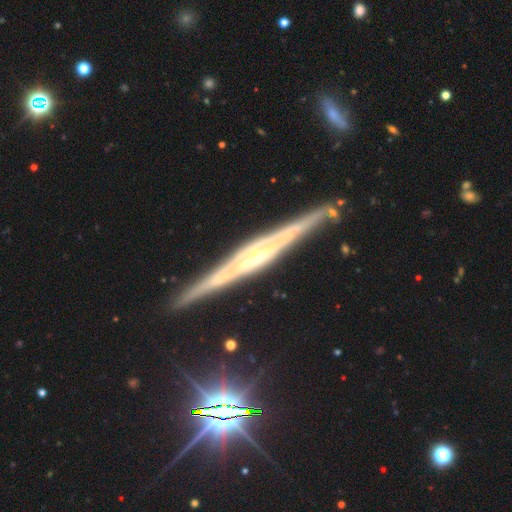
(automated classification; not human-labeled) This appears to be a featured or disk galaxy (86%) viewed edge-on (96%) with a rounded central bulge (47%). Merging: none (86%).